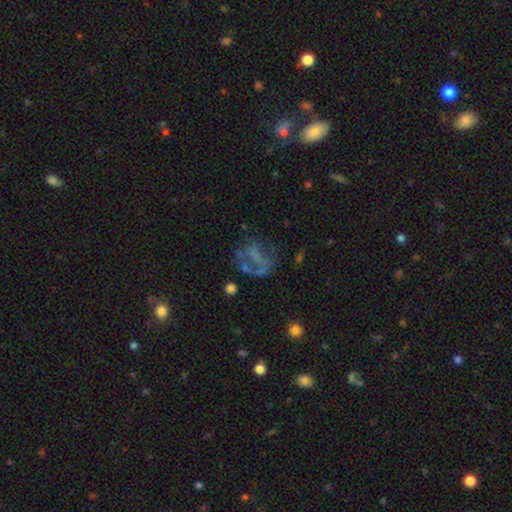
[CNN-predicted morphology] A featured or disk galaxy (49%).

Vote fractions:
- Smooth or featured? featured or disk: 49% / smooth: 27% / star or artifact: 24%
- Merging? none: 41% / major disturbance: 34% / minor disturbance: 17% / merger: 8%